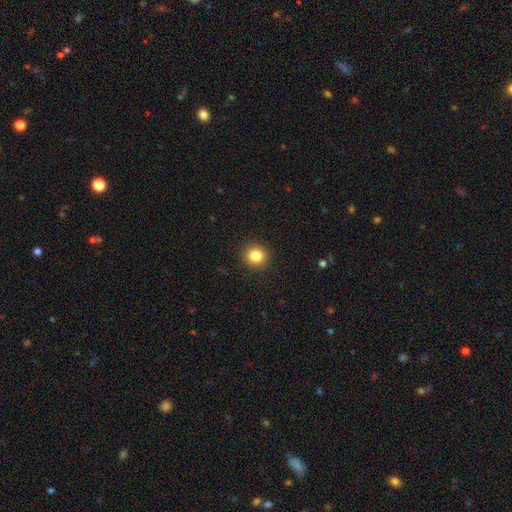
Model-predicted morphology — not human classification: smooth 84%, star or artifact 11%, featured or disk 5%. Down the decision tree: how rounded — round (91%); merging — none (92%).